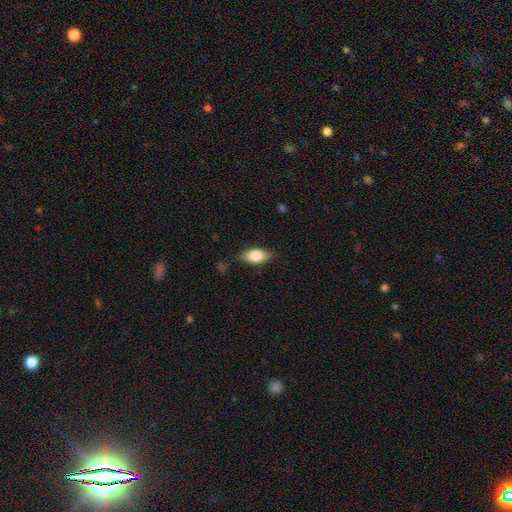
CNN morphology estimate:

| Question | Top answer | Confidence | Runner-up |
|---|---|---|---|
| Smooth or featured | smooth | 81% | featured or disk (12%) |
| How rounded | in between | 88% | cigar-shaped (7%) |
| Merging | none | 79% | minor disturbance (17%) |